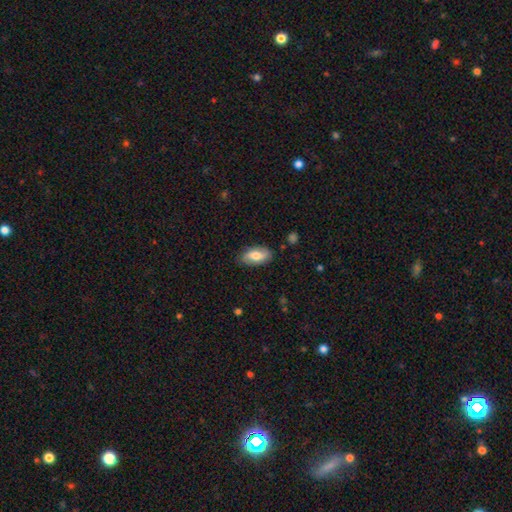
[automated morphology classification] A smooth galaxy with no disk features (60%) that is in between round and cigar-shaped (92%). Merging: none (82%).